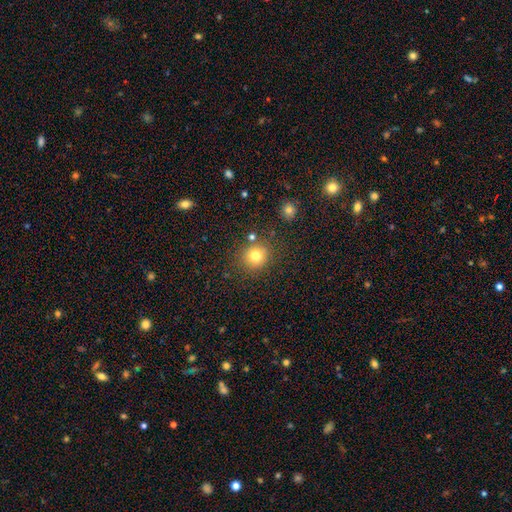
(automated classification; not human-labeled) Morphology: type=smooth (78%); roundness=round (89%); merging=none (83%).